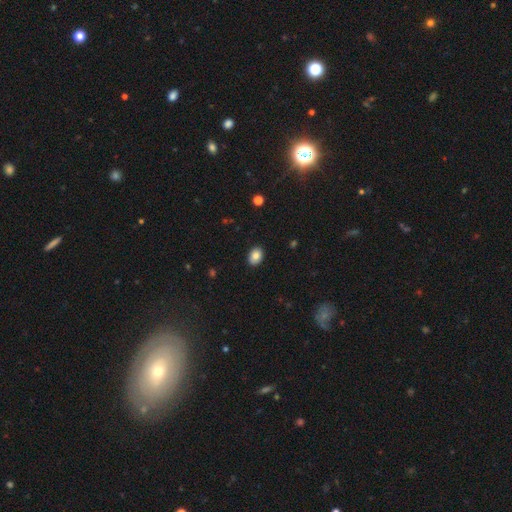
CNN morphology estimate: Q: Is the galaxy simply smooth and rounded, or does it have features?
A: smooth — 84%.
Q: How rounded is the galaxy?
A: in between — 74%.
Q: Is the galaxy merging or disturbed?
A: none — 89%.